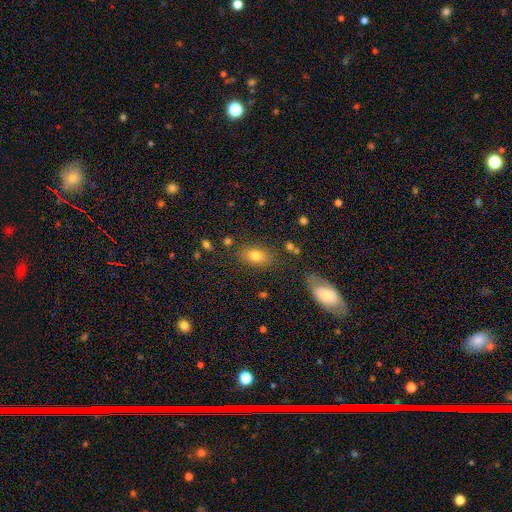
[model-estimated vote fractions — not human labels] Smooth or featured?
  - smooth: 77% *
  - featured or disk: 11%
  - star or artifact: 11%
How rounded?
  - in between: 81% *
  - round: 15%
  - cigar-shaped: 3%
Merging?
  - none: 78% *
  - minor disturbance: 13%
  - major disturbance: 4%
  - merger: 4%